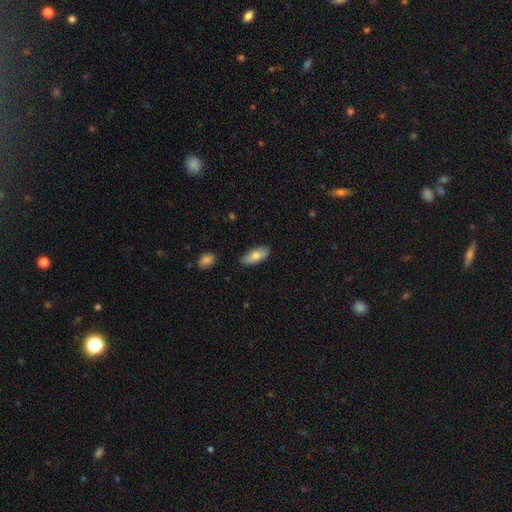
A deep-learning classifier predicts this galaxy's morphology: Smooth or featured? smooth (77%)
How rounded? in between (86%)
Merging? none (84%)